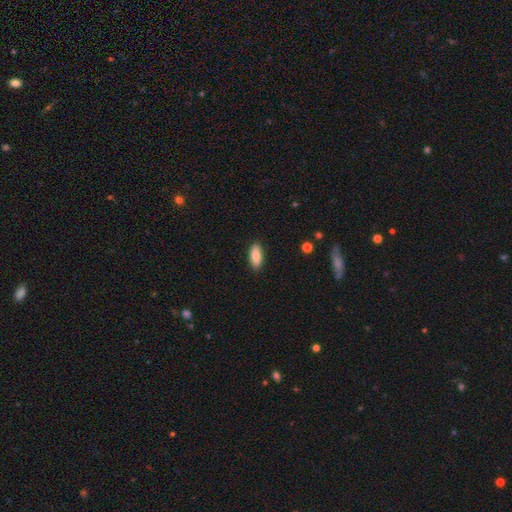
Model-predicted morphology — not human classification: Overall: smooth (82%). How rounded: in between (82%). Merging: none (88%).